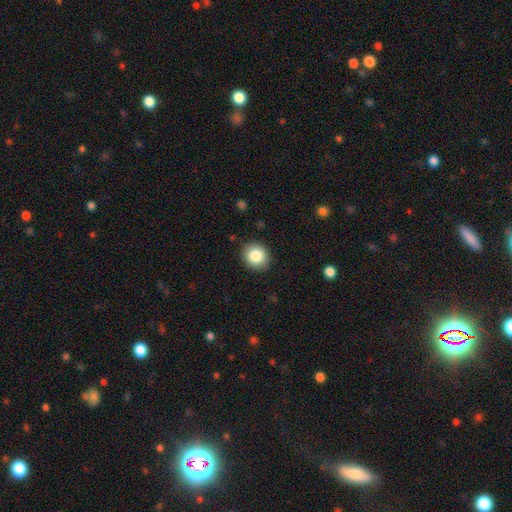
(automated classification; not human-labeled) Smooth or featured? smooth (85%)
How rounded? round (75%)
Merging? none (90%)